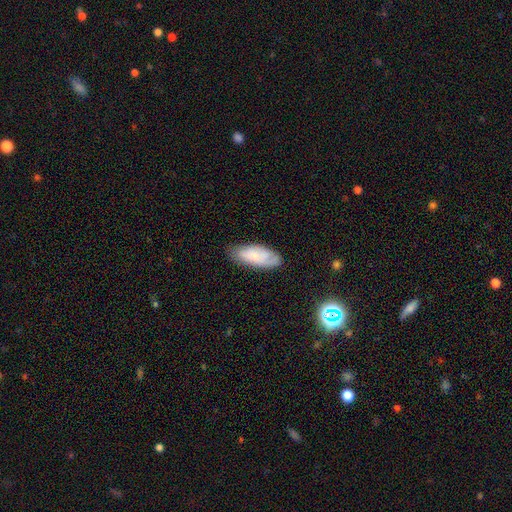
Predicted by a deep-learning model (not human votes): smooth-or-featured: smooth: 64% | featured or disk: 29% | star or artifact: 7%
  how-rounded: in between: 82% | cigar-shaped: 16% | round: 2%
  merging: none: 73% | minor disturbance: 21% | major disturbance: 5% | merger: 2%